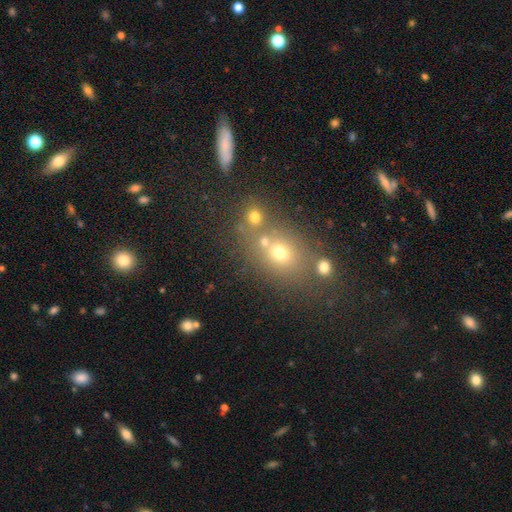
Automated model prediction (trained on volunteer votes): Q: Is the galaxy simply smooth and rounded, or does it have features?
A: smooth — 51%.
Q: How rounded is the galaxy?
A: round — 61%.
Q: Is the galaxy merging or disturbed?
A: none — 55%.